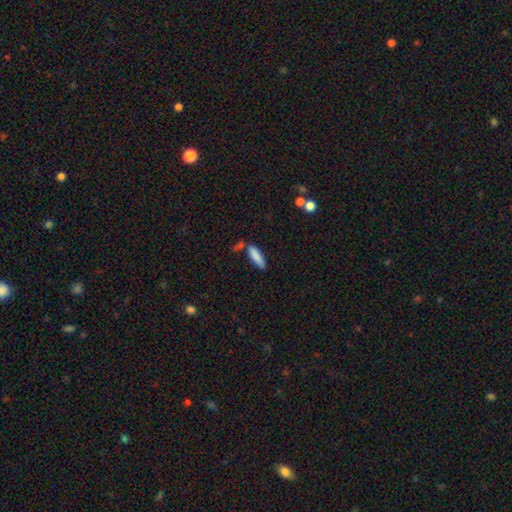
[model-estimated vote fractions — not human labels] Overall: smooth (84%). How rounded: cigar-shaped (65%; in between 33%). Merging: none (64%).